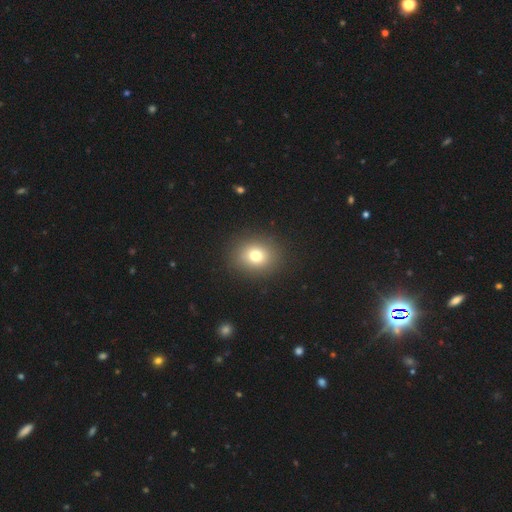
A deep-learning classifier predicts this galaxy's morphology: Smooth or featured? Predicted: smooth (p=0.76). How rounded? Predicted: round (p=0.67). Merging? Predicted: none (p=0.89).